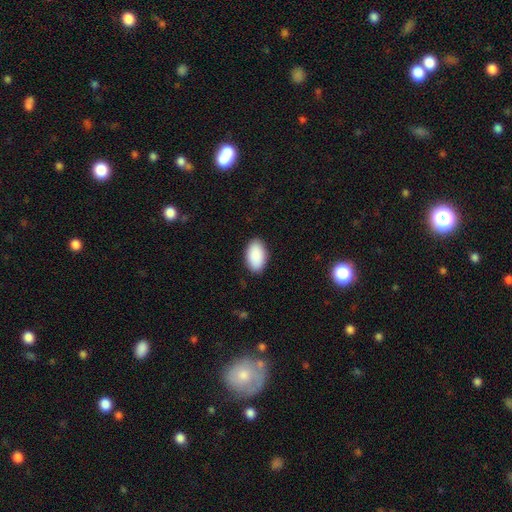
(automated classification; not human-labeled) Smooth or featured: smooth — 91% (star or artifact — 6%)
How rounded: in between — 95% (round — 4%)
Merging: none — 88% (minor disturbance — 9%)